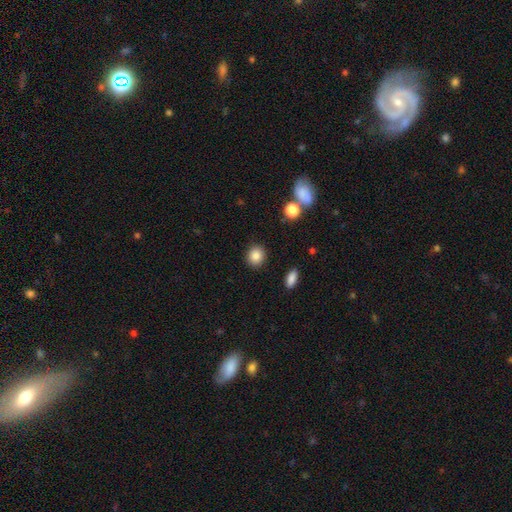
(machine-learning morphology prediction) Smooth or featured? smooth (85%)
How rounded? round (75%)
Merging? none (89%)